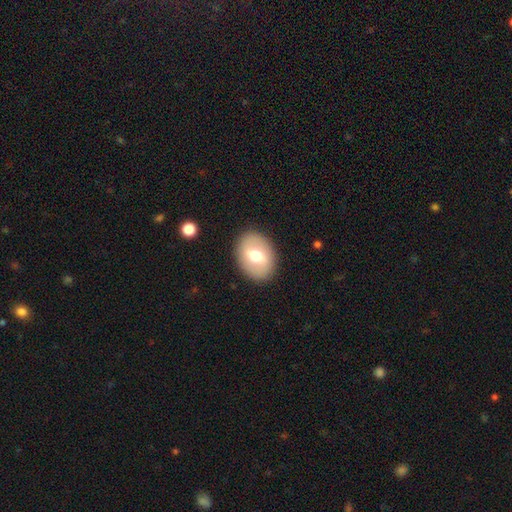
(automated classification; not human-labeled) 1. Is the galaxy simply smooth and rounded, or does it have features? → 63% smooth, 31% featured or disk, 7% star or artifact.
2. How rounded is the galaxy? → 67% in between, 32% round, 1% cigar-shaped.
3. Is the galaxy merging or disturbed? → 88% none, 8% minor disturbance, 3% major disturbance, 1% merger.